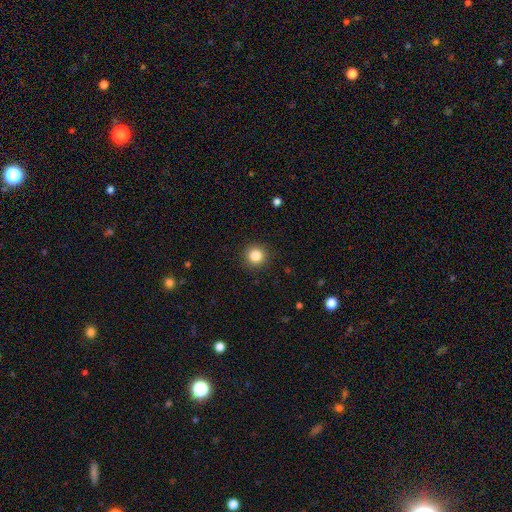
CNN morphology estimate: Smooth or featured?
  - smooth: 84% *
  - star or artifact: 11%
  - featured or disk: 5%
How rounded?
  - round: 94% *
  - in between: 5%
  - cigar-shaped: 1%
Merging?
  - none: 92% *
  - minor disturbance: 6%
  - major disturbance: 2%
  - merger: 1%